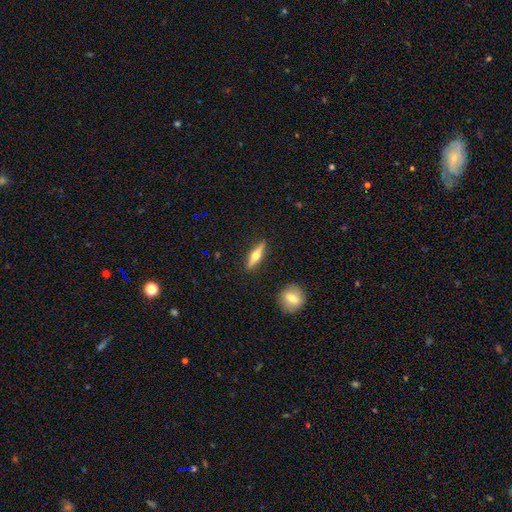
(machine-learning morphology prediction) featured or disk 62%, smooth 32%, star or artifact 6%. Down the decision tree: edge-on disk — yes (95%); edge-on bulge — rounded (95%); merging — none (89%).